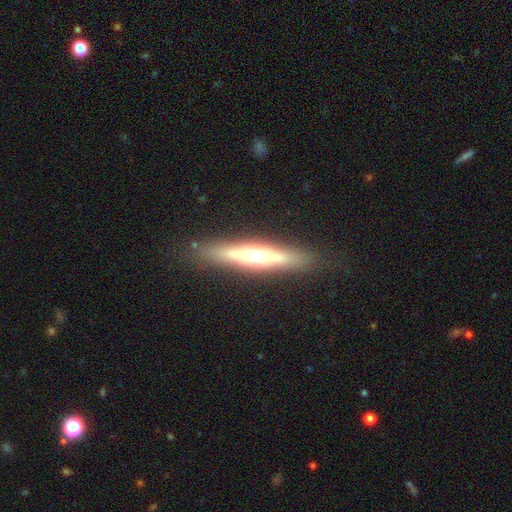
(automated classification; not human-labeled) A featured or disk galaxy (57%) viewed edge-on (86%). Merging: none (85%).